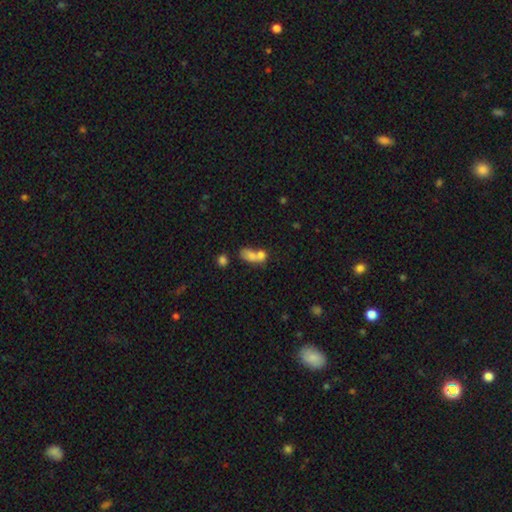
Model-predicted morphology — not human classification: Smooth or featured? Predicted: smooth (p=0.71). How rounded? Predicted: in between (p=0.69). Merging? Predicted: merger (p=0.64).